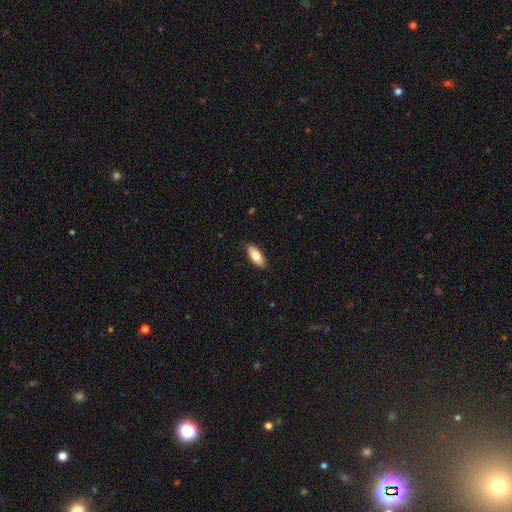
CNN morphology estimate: Smooth or featured? smooth (77%)
How rounded? in between (84%)
Merging? none (87%)